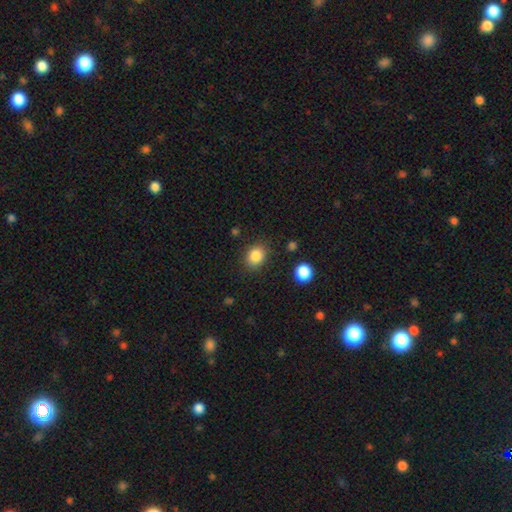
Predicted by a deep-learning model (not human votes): smooth_or_featured: smooth (p=0.85) [alt: star or artifact p=0.10]
how_rounded: round (p=0.53) [alt: in between p=0.46]
merging: none (p=0.84) [alt: minor disturbance p=0.11]